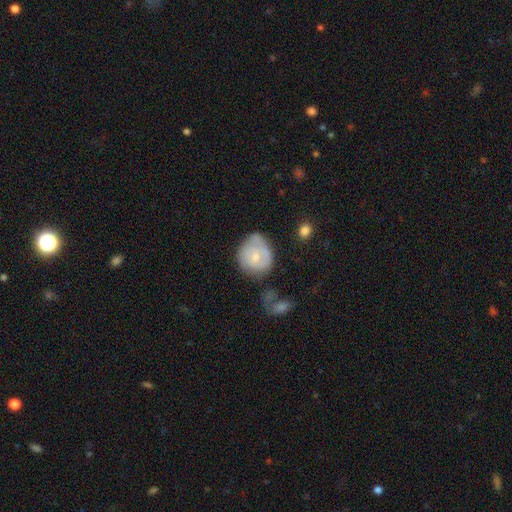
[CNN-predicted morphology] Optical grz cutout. It shows a smooth galaxy with no disk features (52%) that is round (75%). Merging: none (44%).